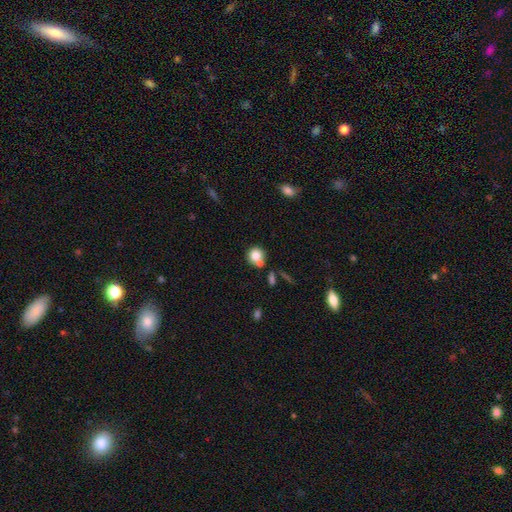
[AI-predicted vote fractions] smooth_or_featured: smooth (p=0.79) [alt: featured or disk p=0.11]
how_rounded: round (p=0.89) [alt: in between p=0.10]
merging: none (p=0.59) [alt: merger p=0.27]